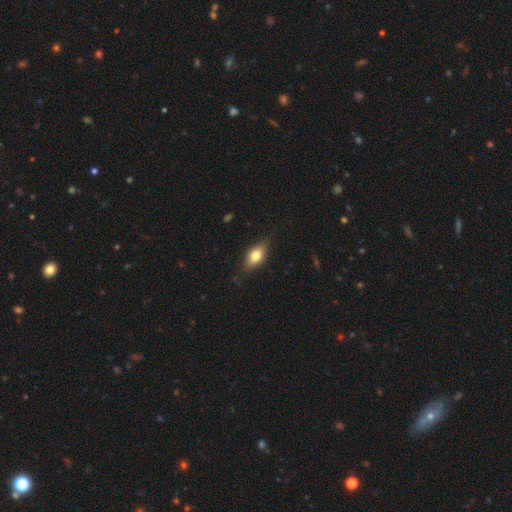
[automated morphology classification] type=smooth (69%); roundness=in between (81%); merging=none (79%).